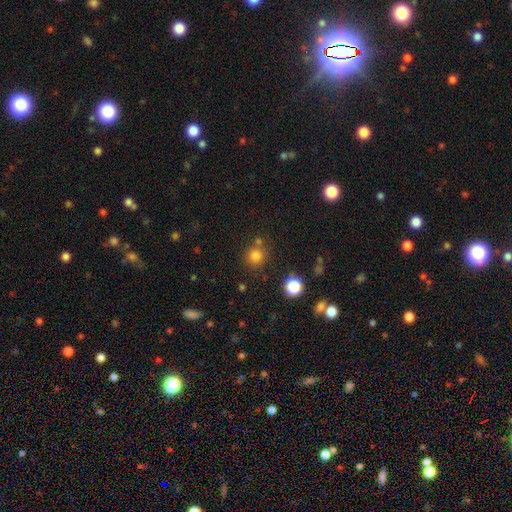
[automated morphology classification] Smooth or featured: smooth — 79% (star or artifact — 15%)
How rounded: round — 91% (in between — 8%)
Merging: none — 75% (merger — 12%)